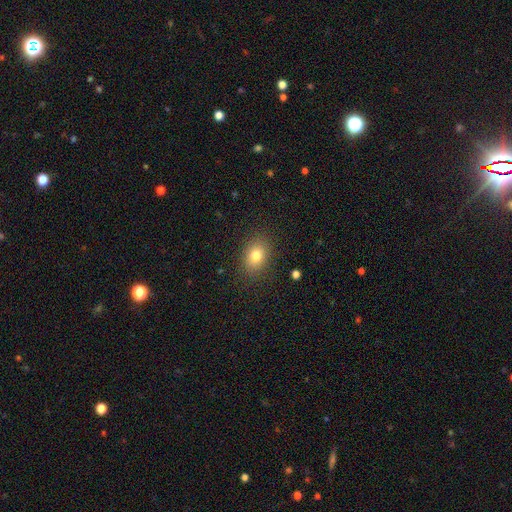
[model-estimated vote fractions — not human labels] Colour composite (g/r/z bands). It shows a smooth galaxy with no disk features (78%) that is in between round and cigar-shaped (68%). Merging: none (86%).